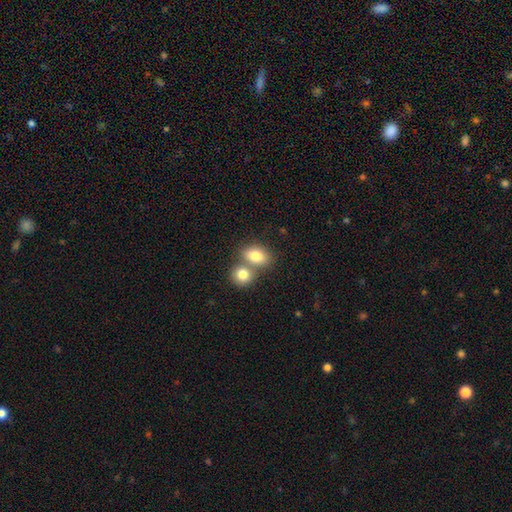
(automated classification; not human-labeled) Smooth or featured: smooth — 80% (featured or disk — 12%)
How rounded: in between — 70% (round — 28%)
Merging: merger — 51% (none — 39%)